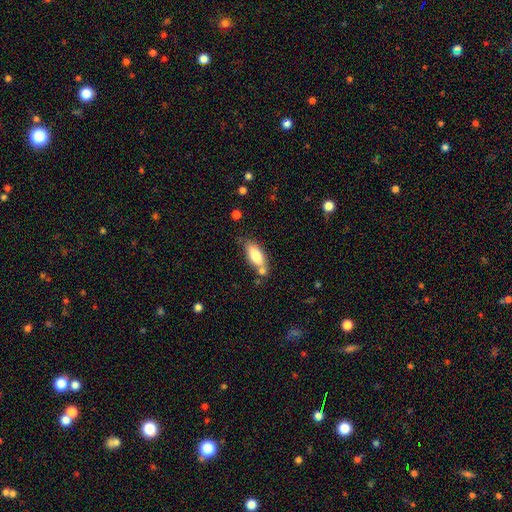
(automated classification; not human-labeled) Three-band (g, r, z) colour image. It shows a smooth galaxy with no disk features (77%) that is in between round and cigar-shaped (83%). Merging: none (55%).